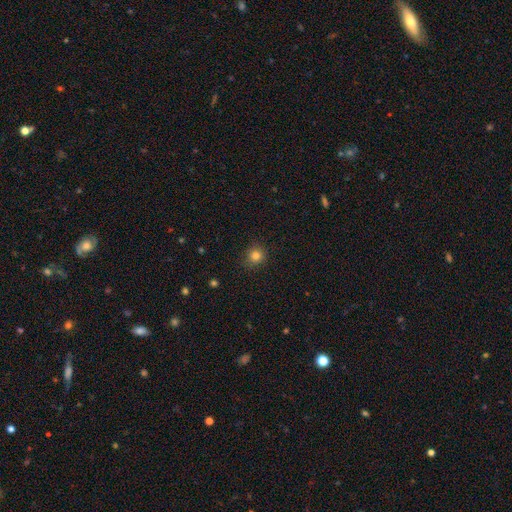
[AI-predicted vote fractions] Overall: smooth (81%). How rounded: round (90%). Merging: none (86%).